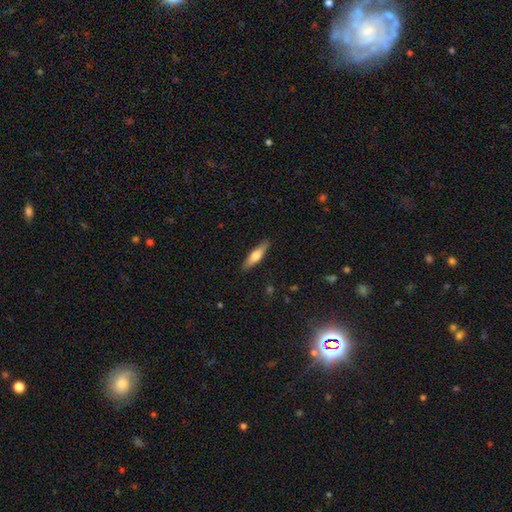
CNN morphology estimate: Smooth or featured? Predicted: smooth (p=0.59). How rounded? Predicted: cigar-shaped (p=0.74). Merging? Predicted: none (p=0.88).